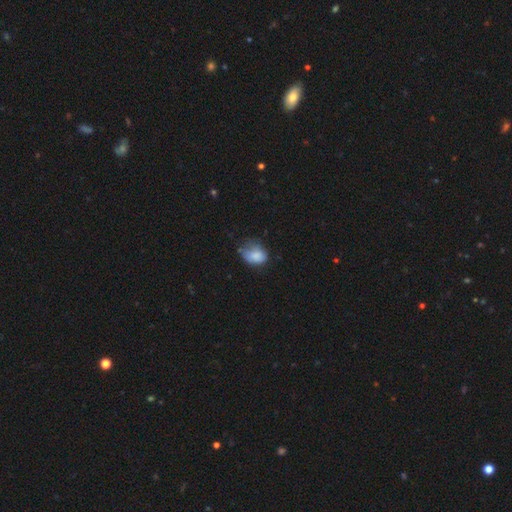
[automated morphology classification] smooth-or-featured: smooth: 77% | featured or disk: 14% | star or artifact: 9%
  how-rounded: in between: 66% | round: 33% | cigar-shaped: 1%
  merging: minor disturbance: 40% | none: 37% | major disturbance: 20% | merger: 3%